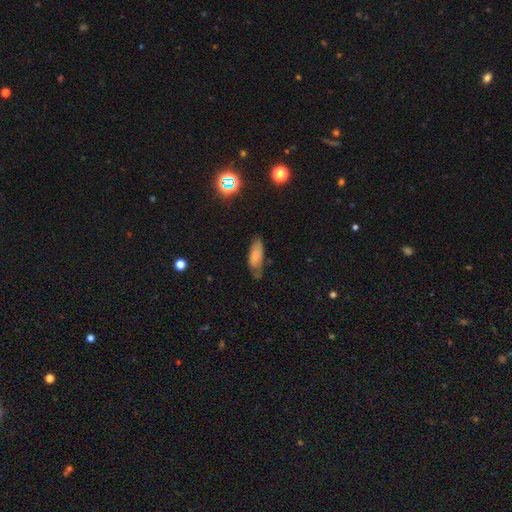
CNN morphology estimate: smooth-or-featured: smooth: 70% | featured or disk: 20% | star or artifact: 10%
  how-rounded: in between: 72% | cigar-shaped: 26% | round: 2%
  merging: none: 54% | minor disturbance: 33% | major disturbance: 11% | merger: 3%